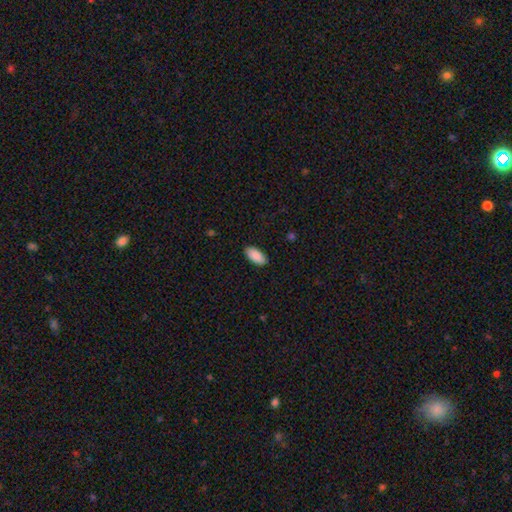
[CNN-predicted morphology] This is clearly a smooth galaxy (91%). How rounded: clearly in between (94%). Merging: clearly none (89%).